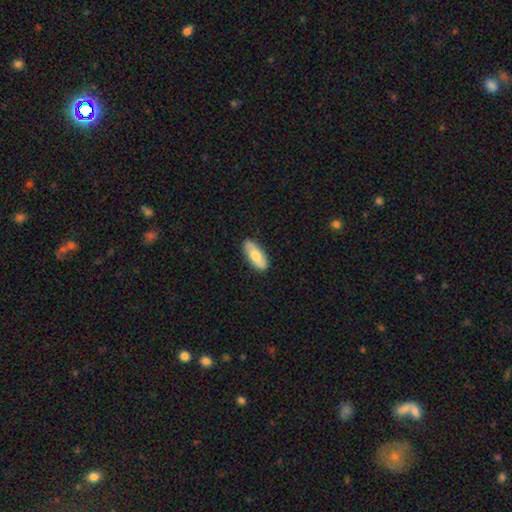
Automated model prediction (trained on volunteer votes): Q: Smooth or featured?
A: smooth (69%); runner-up: featured or disk (26%)
Q: How rounded?
A: in between (80%); runner-up: cigar-shaped (18%)
Q: Merging?
A: none (88%); runner-up: minor disturbance (9%)